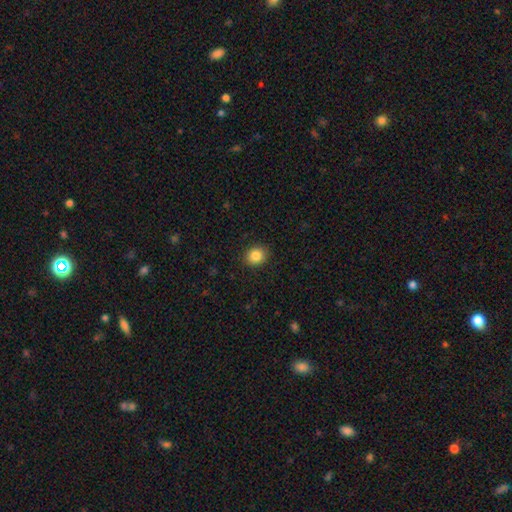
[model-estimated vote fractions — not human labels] Smooth or featured? Predicted: smooth (p=0.86). How rounded? Predicted: round (p=0.74). Merging? Predicted: none (p=0.90).